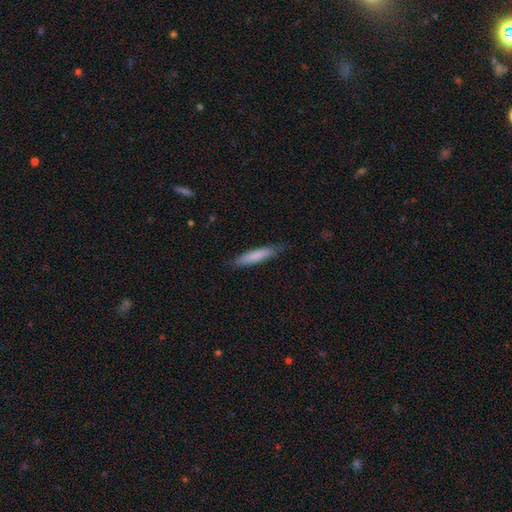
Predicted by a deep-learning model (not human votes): smooth-or-featured: smooth: 81% | featured or disk: 14% | star or artifact: 5%
  how-rounded: cigar-shaped: 87% | in between: 12% | round: 1%
  merging: none: 82% | minor disturbance: 15% | major disturbance: 3% | merger: 1%